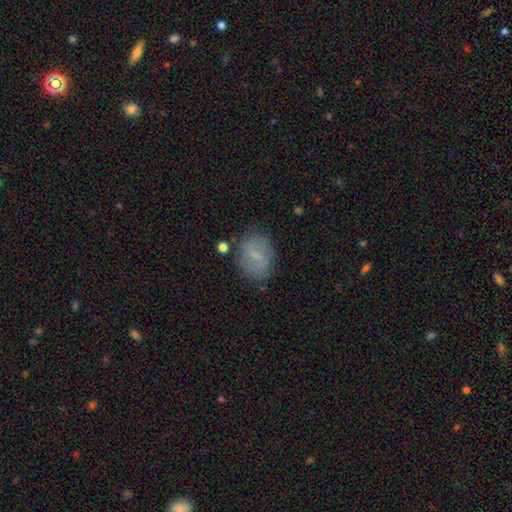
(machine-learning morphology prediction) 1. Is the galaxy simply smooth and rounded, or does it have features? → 57% smooth, 34% featured or disk, 10% star or artifact.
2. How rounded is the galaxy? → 63% in between, 35% round, 2% cigar-shaped.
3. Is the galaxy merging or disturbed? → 76% none, 16% minor disturbance, 5% major disturbance, 3% merger.